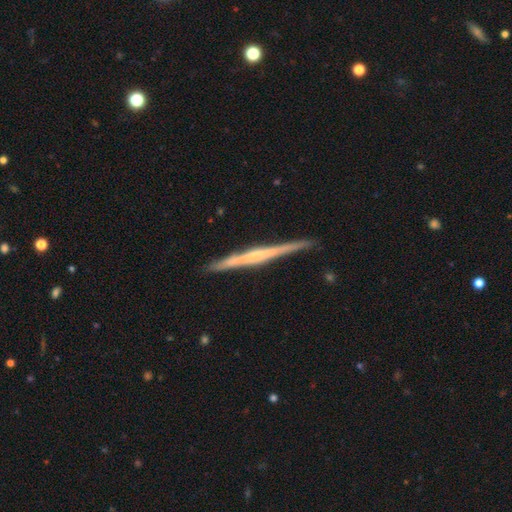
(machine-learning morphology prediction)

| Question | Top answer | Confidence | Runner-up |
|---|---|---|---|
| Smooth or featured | featured or disk | 69% | smooth (26%) |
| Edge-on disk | yes | 98% | no (2%) |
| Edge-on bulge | none | 60% | rounded (23%) |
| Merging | none | 89% | minor disturbance (8%) |